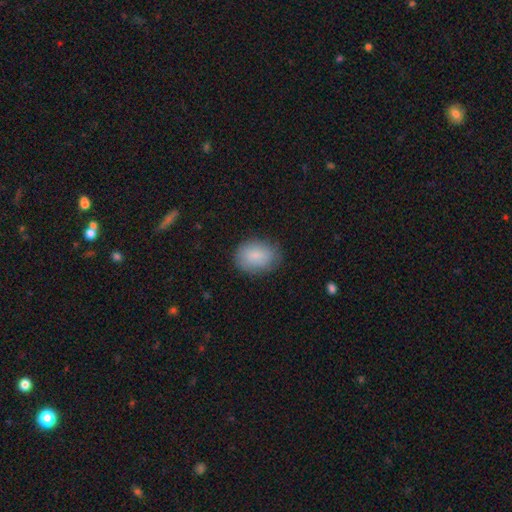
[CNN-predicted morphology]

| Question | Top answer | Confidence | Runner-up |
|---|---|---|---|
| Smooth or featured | smooth | 85% | featured or disk (8%) |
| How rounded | in between | 62% | round (37%) |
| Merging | none | 80% | minor disturbance (15%) |